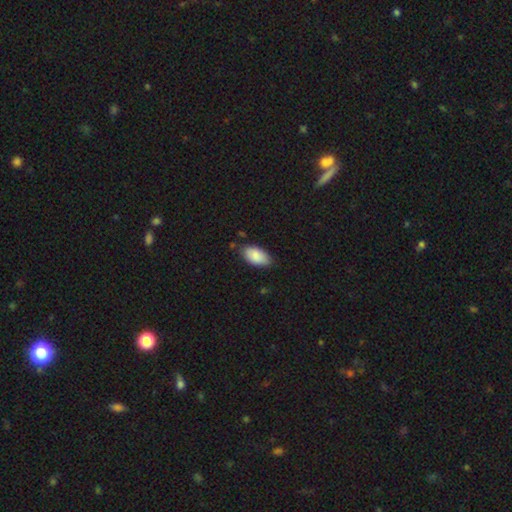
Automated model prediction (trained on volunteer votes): A smooth galaxy with no disk features (88%) that is in between round and cigar-shaped (95%).

Vote fractions:
- Smooth or featured? smooth: 88% / featured or disk: 6% / star or artifact: 6%
- How rounded? in between: 95% / cigar-shaped: 3% / round: 3%
- Merging? none: 74% / minor disturbance: 21% / major disturbance: 3% / merger: 2%